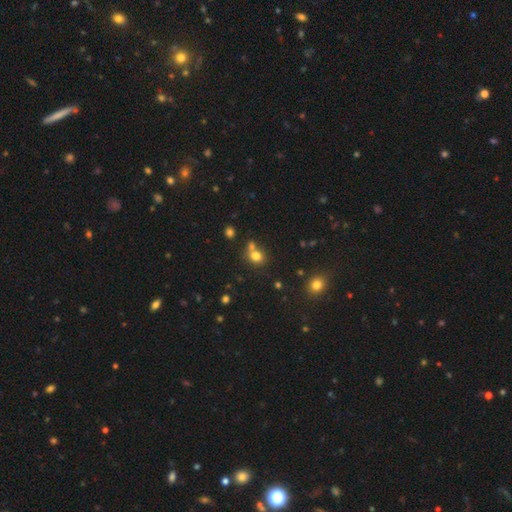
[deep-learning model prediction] smooth_or_featured: smooth (p=0.76) [alt: star or artifact p=0.15]
how_rounded: round (p=0.71) [alt: in between p=0.28]
merging: none (p=0.52) [alt: merger p=0.34]